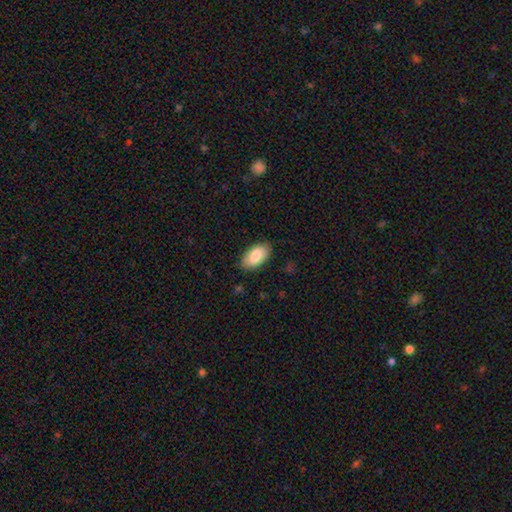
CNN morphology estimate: Smooth or featured? smooth (85%)
How rounded? in between (95%)
Merging? none (85%)